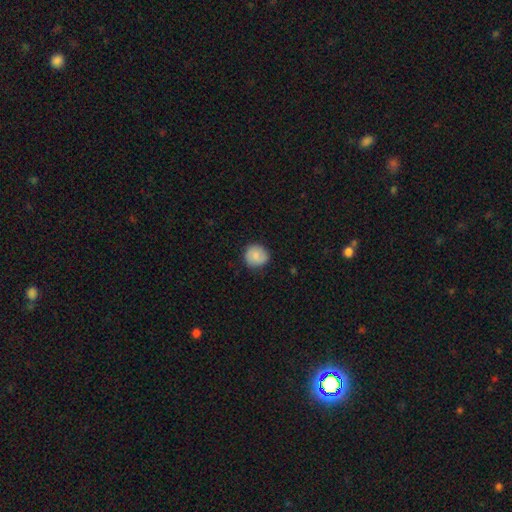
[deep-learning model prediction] This is clearly a smooth galaxy (83%). How rounded: clearly round (91%). Merging: clearly none (84%).